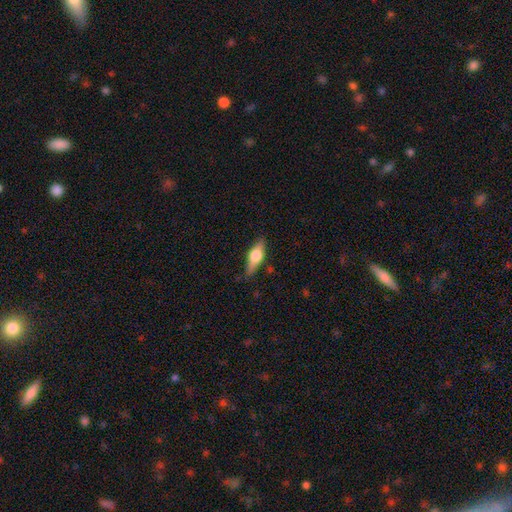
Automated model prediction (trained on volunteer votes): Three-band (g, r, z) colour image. It shows a smooth galaxy with no disk features (48%). Merging: none (79%).